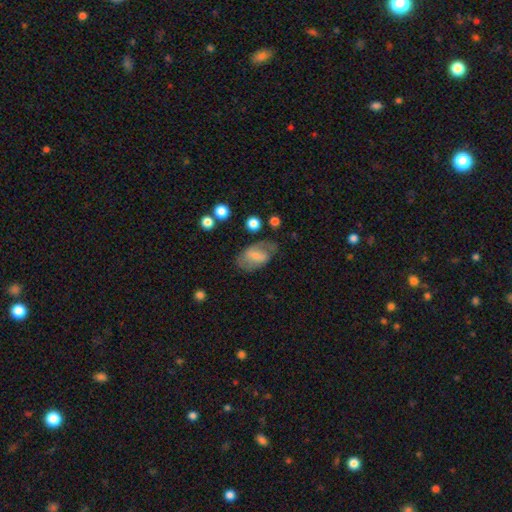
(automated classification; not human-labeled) This is possibly a smooth galaxy (47%). Merging: likely none (62%).